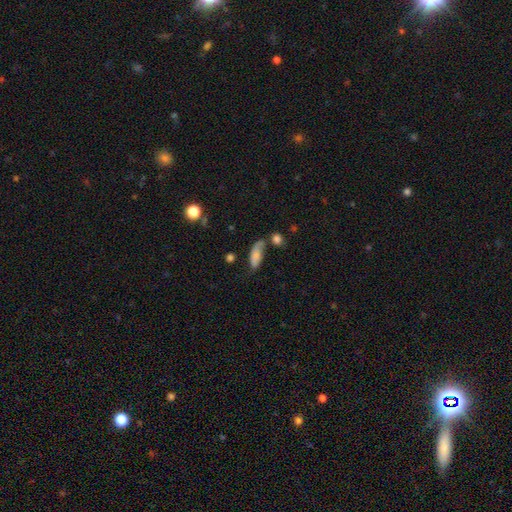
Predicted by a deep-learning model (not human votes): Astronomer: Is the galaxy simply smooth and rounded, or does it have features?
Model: smooth — 75%.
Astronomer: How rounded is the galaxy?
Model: in between — 70%.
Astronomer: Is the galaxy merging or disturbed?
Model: none — 46% (runner-up: minor disturbance, 28%).